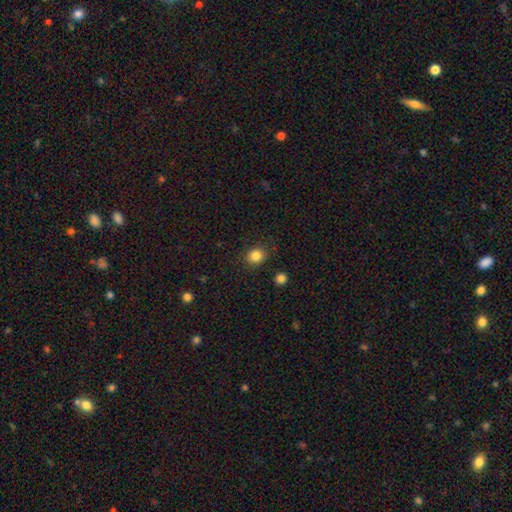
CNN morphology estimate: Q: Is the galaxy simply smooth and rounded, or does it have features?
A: smooth — 84%.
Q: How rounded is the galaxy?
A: round — 73%.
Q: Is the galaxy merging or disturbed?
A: none — 87%.